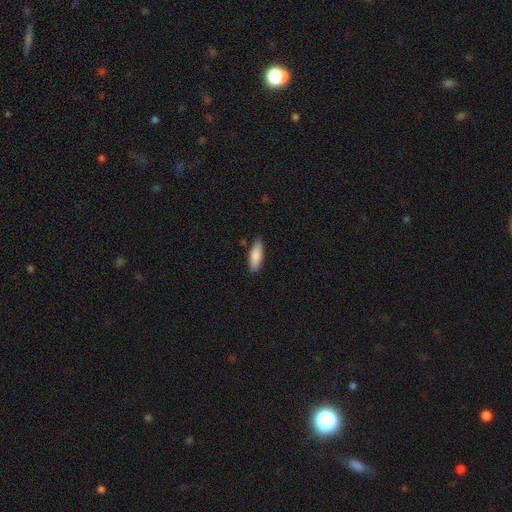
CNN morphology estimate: smooth 88%, featured or disk 6%, star or artifact 6%. Down the decision tree: how rounded — in between (68%); merging — none (85%).